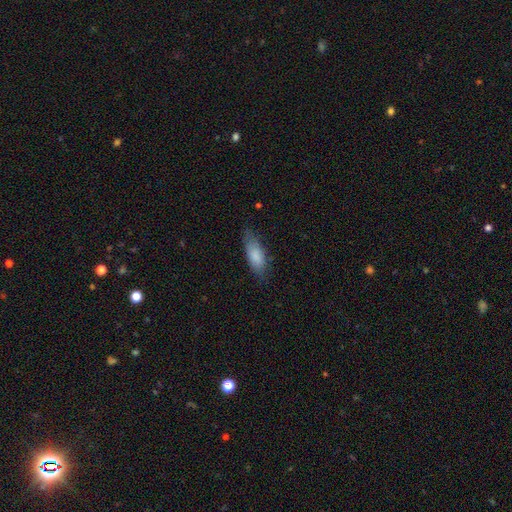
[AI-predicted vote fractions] The model was most divided on "how rounded": in between: 72%, cigar-shaped: 27%, round: 2%. More confident: smooth or featured — smooth (82%); merging — none (71%).